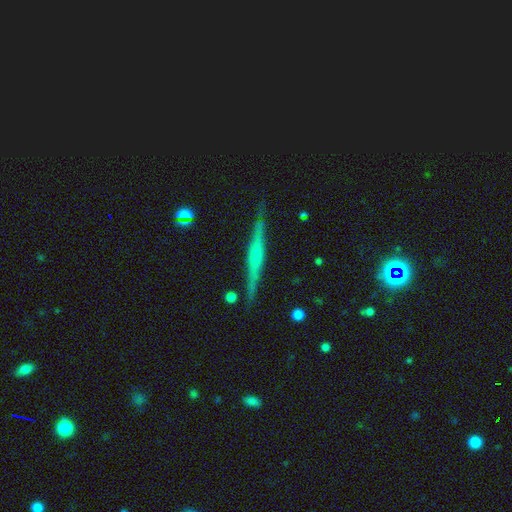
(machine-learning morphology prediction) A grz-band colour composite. It shows a featured or disk galaxy (67%) viewed edge-on (98%) with no central bulge (38%). Merging: none (87%).